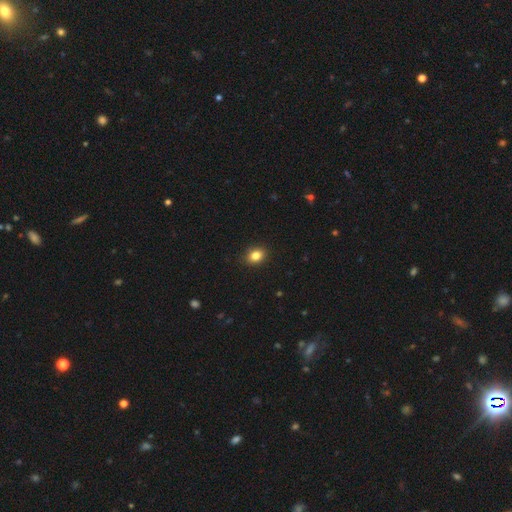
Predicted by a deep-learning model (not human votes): Smooth or featured: smooth — 84% (star or artifact — 10%)
How rounded: in between — 60% (round — 39%)
Merging: none — 89% (minor disturbance — 8%)